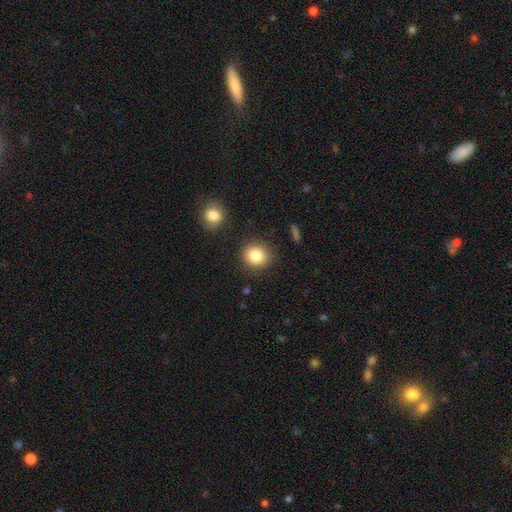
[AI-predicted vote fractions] A smooth galaxy with no disk features (84%) that is round (84%). Merging: none (86%).